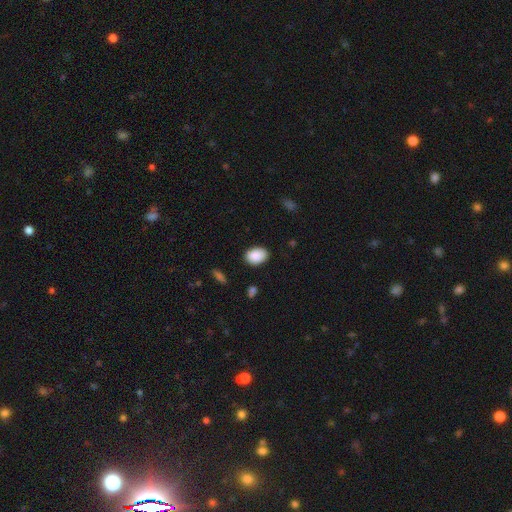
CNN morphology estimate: Q: Smooth or featured?
A: smooth (89%); runner-up: star or artifact (7%)
Q: How rounded?
A: in between (81%); runner-up: round (18%)
Q: Merging?
A: none (85%); runner-up: minor disturbance (12%)